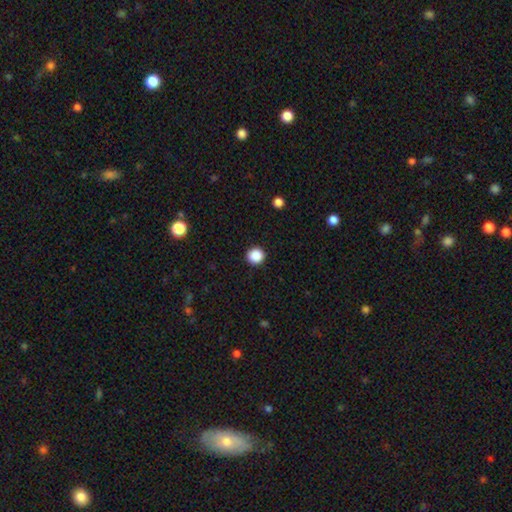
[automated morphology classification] Smooth or featured?
  - smooth: 87% *
  - star or artifact: 10%
  - featured or disk: 2%
How rounded?
  - round: 94% *
  - in between: 5%
  - cigar-shaped: 1%
Merging?
  - none: 93% *
  - minor disturbance: 4%
  - major disturbance: 2%
  - merger: 1%